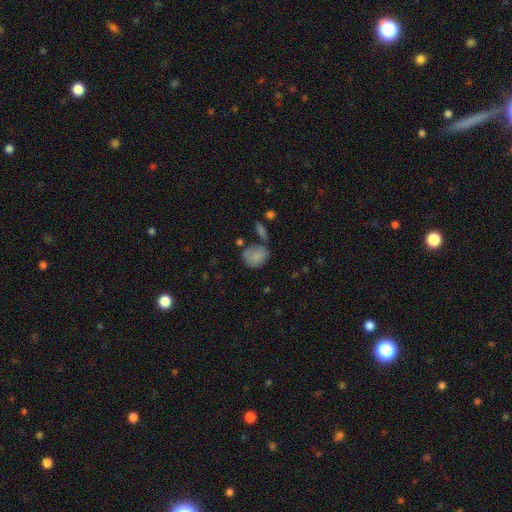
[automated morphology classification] This is clearly a smooth galaxy (80%). How rounded: possibly round (52%). Merging: possibly none (49%).